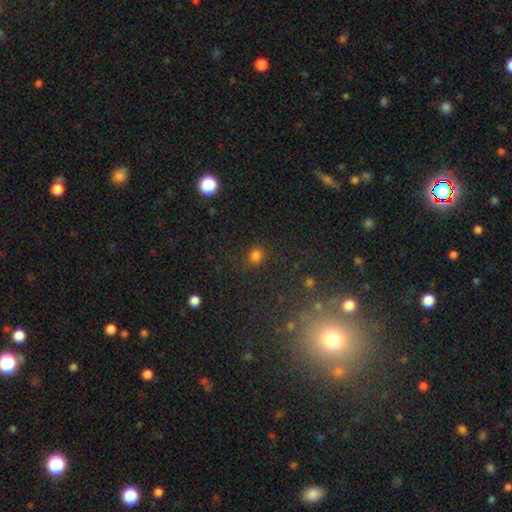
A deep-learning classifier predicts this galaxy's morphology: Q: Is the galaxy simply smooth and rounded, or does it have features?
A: smooth — 76%.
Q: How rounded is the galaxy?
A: round — 72%.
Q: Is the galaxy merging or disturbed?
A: none — 80%.